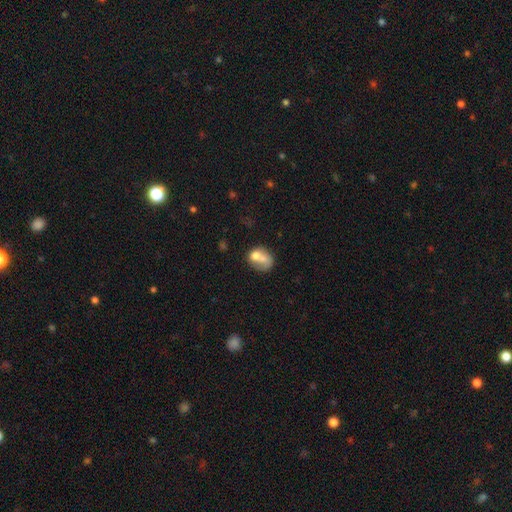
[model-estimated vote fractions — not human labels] Smooth or featured? smooth (63%)
How rounded? in between (53%)
Merging? merger (52%)